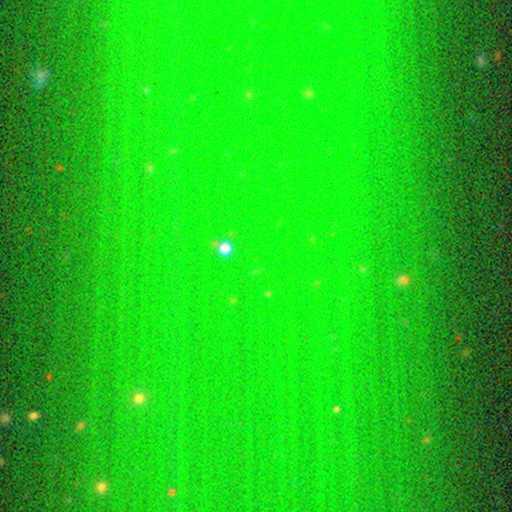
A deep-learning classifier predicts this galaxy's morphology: Smooth or featured: star or artifact — 81% (smooth — 12%)